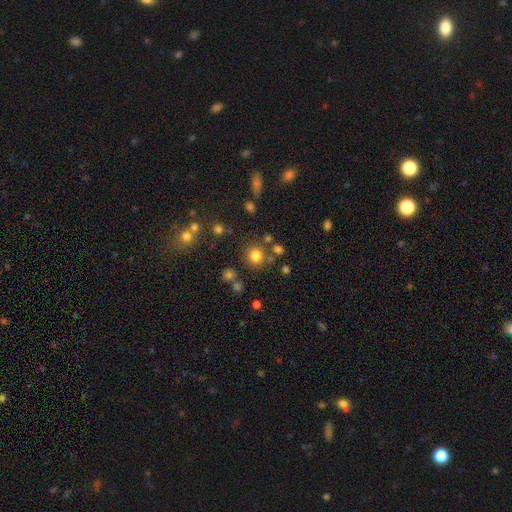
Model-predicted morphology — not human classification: smooth-or-featured: smooth: 78% | star or artifact: 15% | featured or disk: 6%
  how-rounded: round: 91% | in between: 8% | cigar-shaped: 1%
  merging: none: 79% | minor disturbance: 9% | merger: 8% | major disturbance: 4%